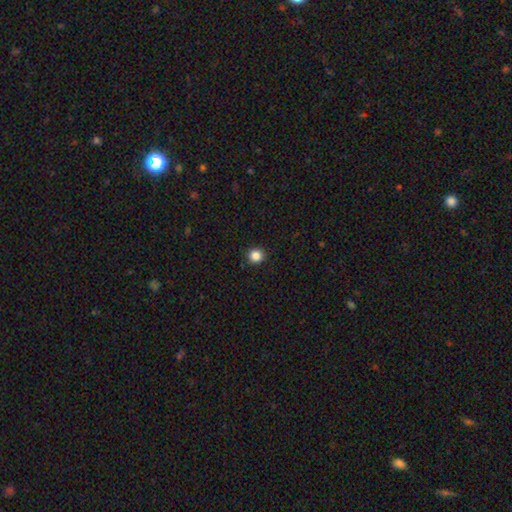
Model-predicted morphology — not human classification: Smooth or featured: smooth — 85% (star or artifact — 11%)
How rounded: round — 92% (in between — 7%)
Merging: none — 93% (minor disturbance — 5%)